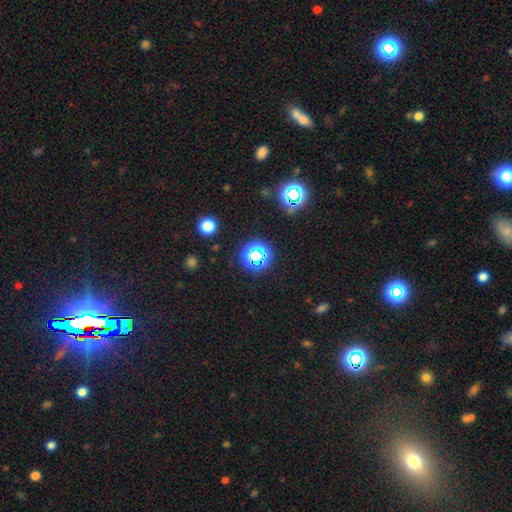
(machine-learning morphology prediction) star or artifact 67%, smooth 24%, featured or disk 9%.